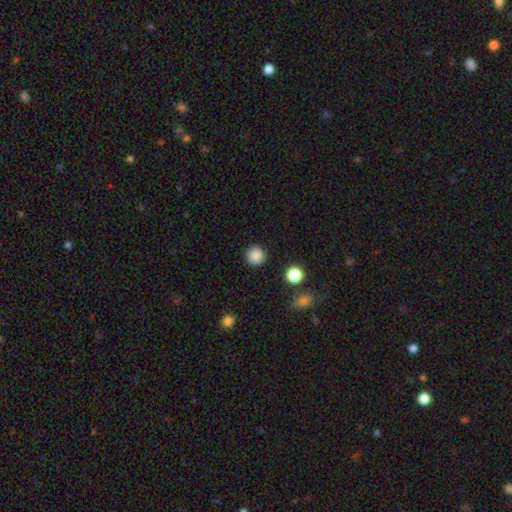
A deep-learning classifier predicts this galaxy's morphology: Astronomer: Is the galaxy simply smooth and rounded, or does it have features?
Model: smooth — 87%.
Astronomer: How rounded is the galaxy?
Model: round — 94%.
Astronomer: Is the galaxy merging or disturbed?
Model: none — 90%.